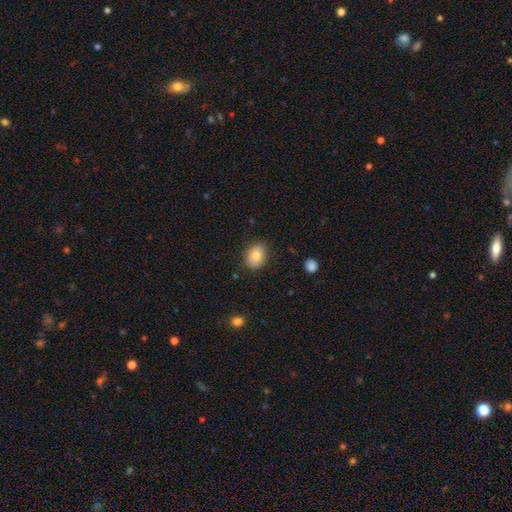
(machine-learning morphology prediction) Smooth or featured? smooth (83%)
How rounded? in between (58%)
Merging? none (84%)